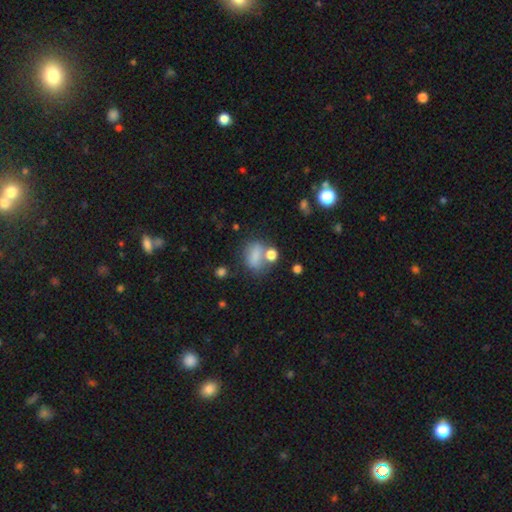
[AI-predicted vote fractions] Smooth or featured? Predicted: smooth (p=0.72). How rounded? Predicted: in between (p=0.65). Merging? Predicted: none (p=0.42).